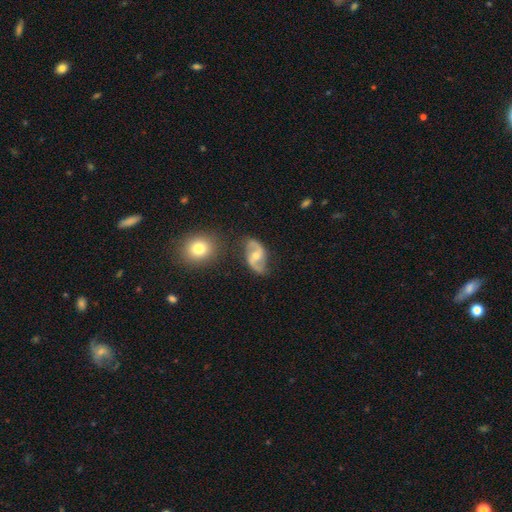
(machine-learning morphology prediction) A featured or disk galaxy (86%) with a weak bar (44%), 2 (93%) loose (56%) spiral arms (95%) and a moderate central bulge (54%).

Vote fractions:
- Smooth or featured? featured or disk: 86% / smooth: 9% / star or artifact: 5%
- Edge-on disk? no: 97% / yes: 3%
- Bar? weak: 44% / no: 43% / strong: 13%
- Spiral arms? yes: 95% / no: 5%
- Spiral winding? loose: 56% / medium: 36% / tight: 9%
- Spiral arm count? 2: 93% / can't tell: 2% / 1: 1% / 3: 1% / 4: 1% / more than 4: 1%
- Bulge size? moderate: 54% / small: 38% / none: 3% / large: 3% / dominant: 1%
- Merging? none: 75% / minor disturbance: 15% / major disturbance: 6% / merger: 4%